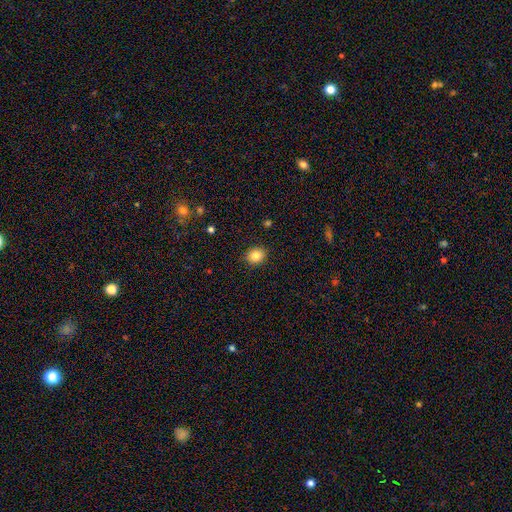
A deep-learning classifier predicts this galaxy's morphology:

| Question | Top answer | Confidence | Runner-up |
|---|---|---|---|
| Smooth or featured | smooth | 84% | star or artifact (10%) |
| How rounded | round | 67% | in between (32%) |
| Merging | none | 90% | minor disturbance (7%) |